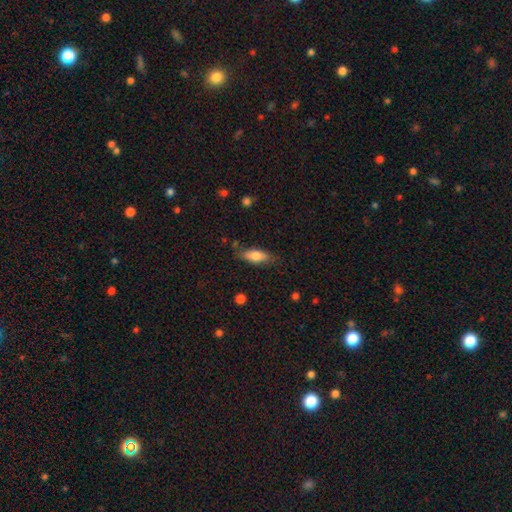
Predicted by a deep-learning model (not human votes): Overall: smooth (76%). How rounded: in between (71%). Merging: none (77%).